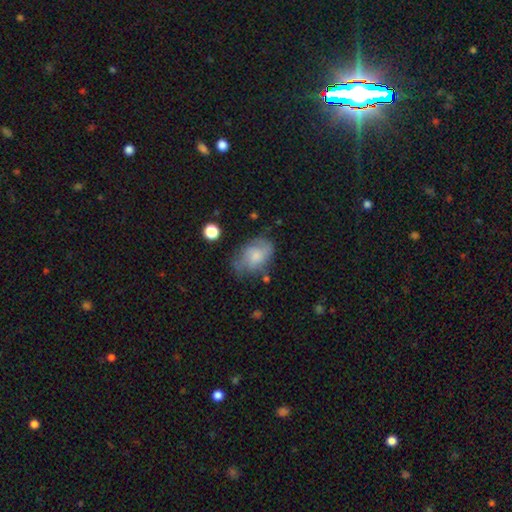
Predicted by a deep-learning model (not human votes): Overall: smooth (56%; featured or disk 36%). How rounded: in between (78%). Merging: none (52%; minor disturbance 30%).